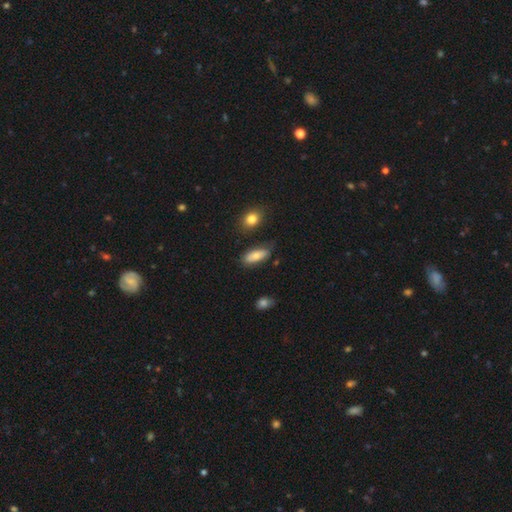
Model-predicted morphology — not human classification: This is likely a smooth galaxy (75%). How rounded: clearly in between (83%). Merging: likely none (71%).